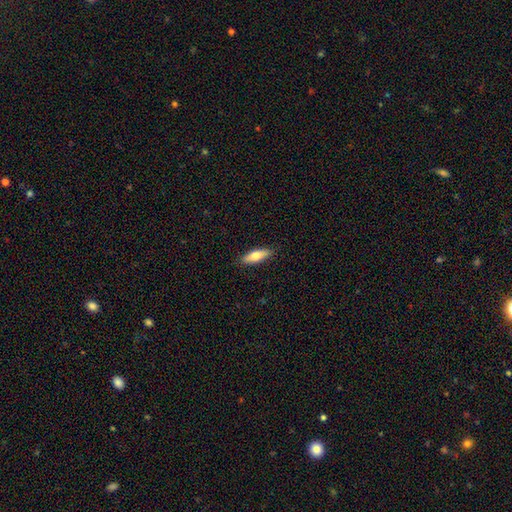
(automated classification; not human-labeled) Smooth or featured? smooth (70%)
How rounded? in between (55%)
Merging? none (88%)